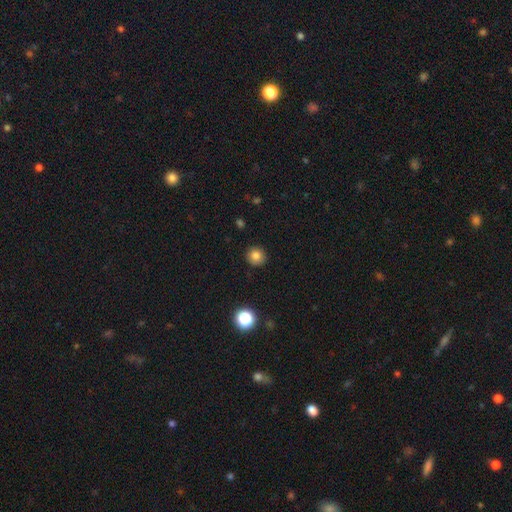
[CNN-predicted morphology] Smooth or featured?
  - smooth: 82% *
  - star or artifact: 12%
  - featured or disk: 7%
How rounded?
  - round: 89% *
  - in between: 10%
  - cigar-shaped: 1%
Merging?
  - none: 90% *
  - minor disturbance: 7%
  - major disturbance: 2%
  - merger: 1%